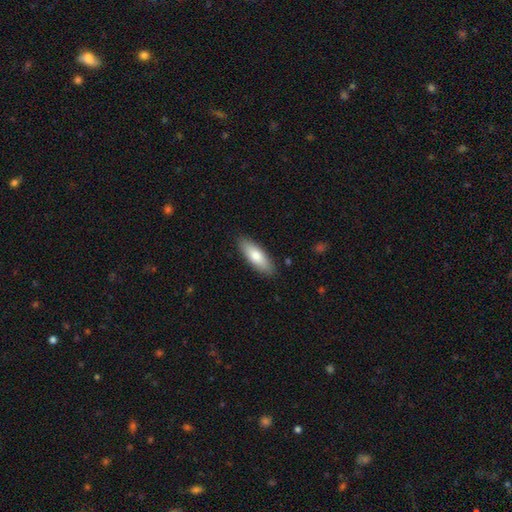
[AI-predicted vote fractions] smooth 77%, featured or disk 17%, star or artifact 6%. Down the decision tree: how rounded — in between (61%); merging — none (88%).